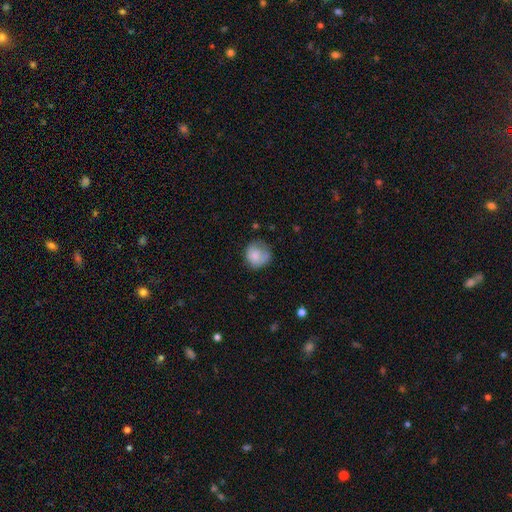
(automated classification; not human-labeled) Q: Smooth or featured?
A: smooth (76%); runner-up: featured or disk (16%)
Q: How rounded?
A: round (81%); runner-up: in between (19%)
Q: Merging?
A: none (54%); runner-up: minor disturbance (30%)